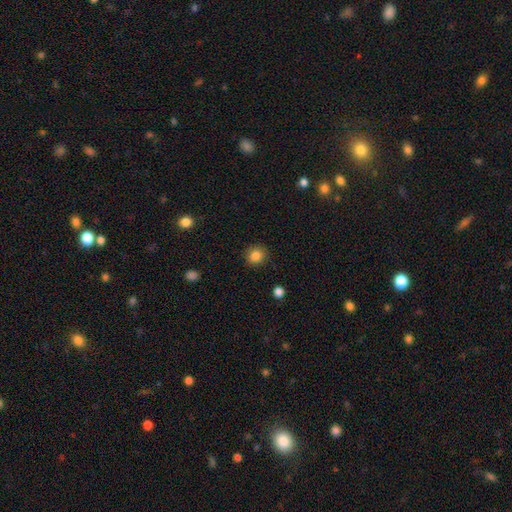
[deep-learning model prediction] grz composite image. It shows a smooth galaxy with no disk features (85%) that is round (88%). Merging: none (90%).